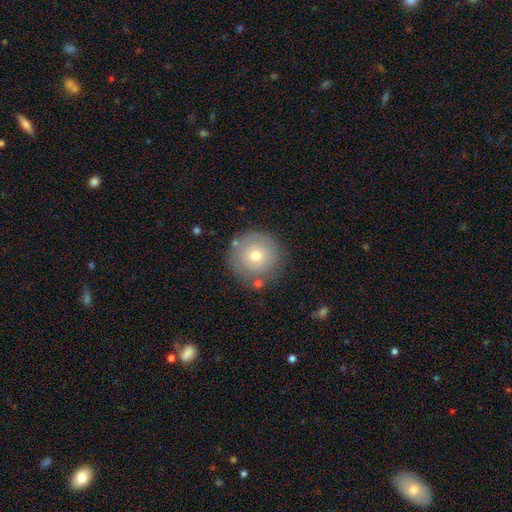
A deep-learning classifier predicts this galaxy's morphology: Smooth or featured? smooth (62%)
How rounded? round (95%)
Merging? none (79%)